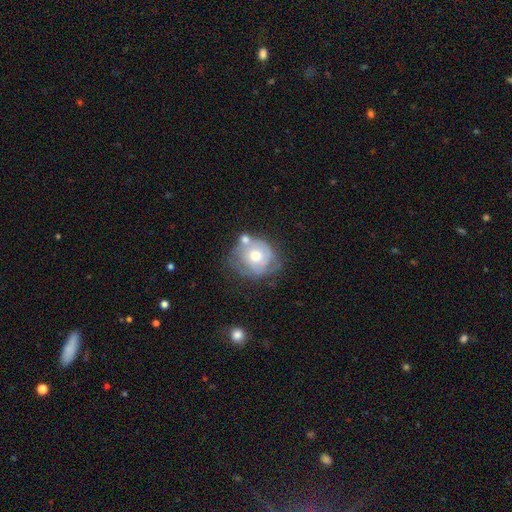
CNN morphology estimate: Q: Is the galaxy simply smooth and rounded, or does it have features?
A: featured or disk — 52%.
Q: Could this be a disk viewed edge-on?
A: no — 97%.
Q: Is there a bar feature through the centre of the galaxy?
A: no — 86%.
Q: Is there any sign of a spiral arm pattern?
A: no — 51%.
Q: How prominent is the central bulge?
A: moderate — 72%.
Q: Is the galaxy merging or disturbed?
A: none — 42%.